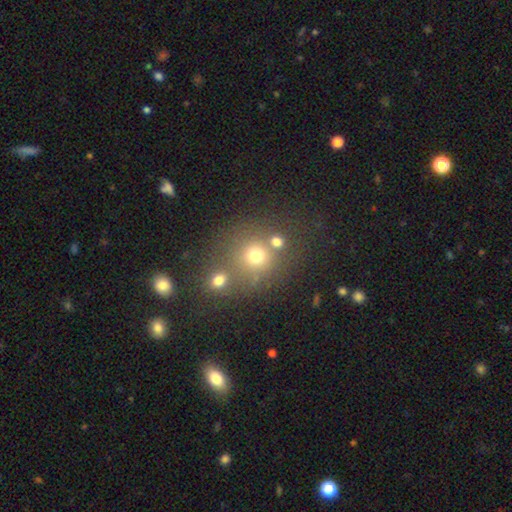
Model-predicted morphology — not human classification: smooth-or-featured: smooth: 70% | star or artifact: 20% | featured or disk: 10%
  how-rounded: round: 86% | in between: 13% | cigar-shaped: 1%
  merging: none: 57% | merger: 30% | minor disturbance: 9% | major disturbance: 5%